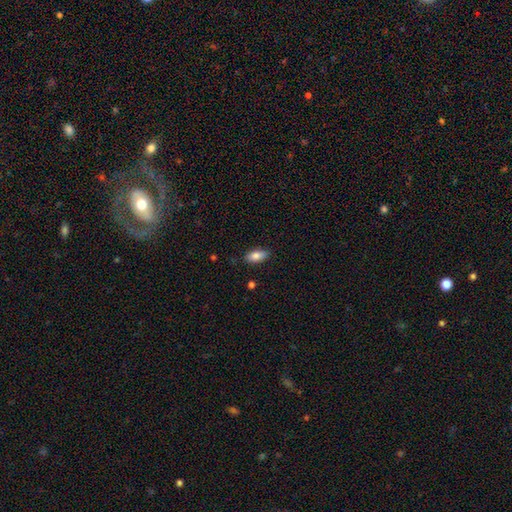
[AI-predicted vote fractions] Smooth or featured?
  - smooth: 82% *
  - featured or disk: 11%
  - star or artifact: 7%
How rounded?
  - in between: 87% *
  - cigar-shaped: 10%
  - round: 3%
Merging?
  - none: 85% *
  - minor disturbance: 11%
  - major disturbance: 2%
  - merger: 1%